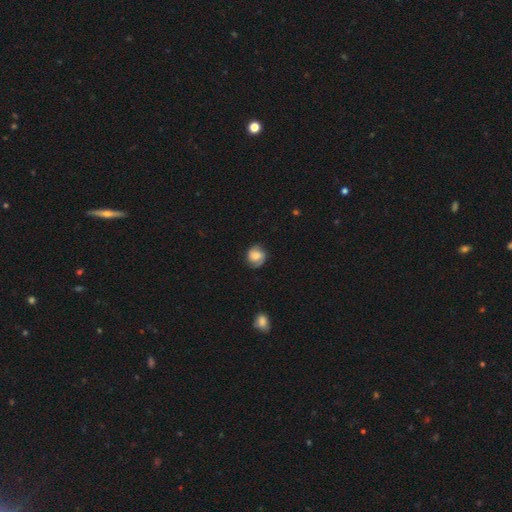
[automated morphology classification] Smooth or featured?
  - smooth: 51% *
  - featured or disk: 41%
  - star or artifact: 9%
How rounded?
  - round: 78% *
  - in between: 21%
  - cigar-shaped: 1%
Merging?
  - none: 71% *
  - minor disturbance: 20%
  - major disturbance: 7%
  - merger: 1%